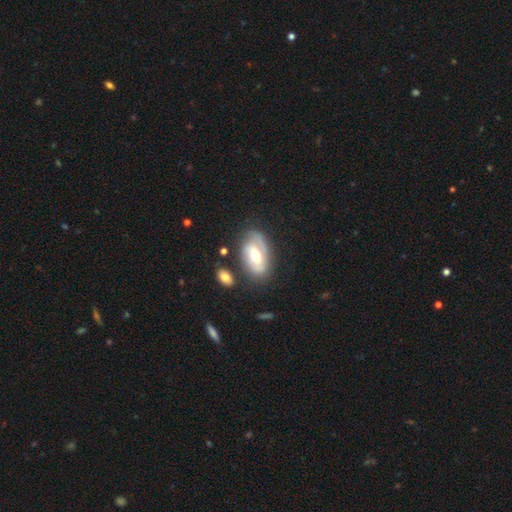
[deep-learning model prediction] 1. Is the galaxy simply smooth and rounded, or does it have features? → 65% featured or disk, 28% smooth, 6% star or artifact.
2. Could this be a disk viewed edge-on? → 92% no, 8% yes.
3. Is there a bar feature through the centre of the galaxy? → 42% weak, 31% no, 28% strong.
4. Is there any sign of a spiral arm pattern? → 73% yes, 27% no.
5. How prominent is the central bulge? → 70% moderate, 20% small, 7% large, 1% dominant, 1% none.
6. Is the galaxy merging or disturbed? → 67% none, 20% minor disturbance, 7% major disturbance, 5% merger.